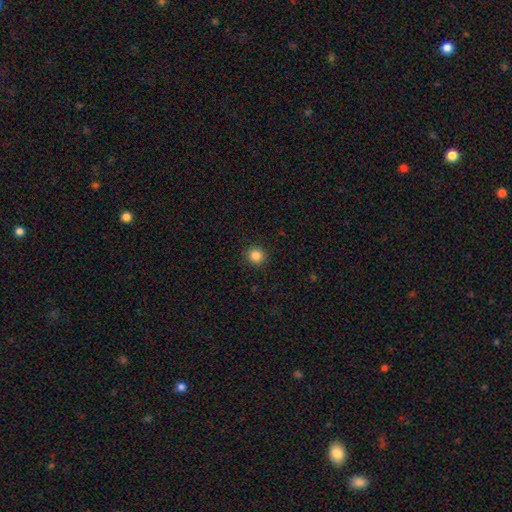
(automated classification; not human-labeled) A smooth galaxy with no disk features (85%) that is round (94%).

Vote fractions:
- Smooth or featured? smooth: 85% / star or artifact: 11% / featured or disk: 4%
- How rounded? round: 94% / in between: 5% / cigar-shaped: 1%
- Merging? none: 92% / minor disturbance: 5% / major disturbance: 2% / merger: 1%